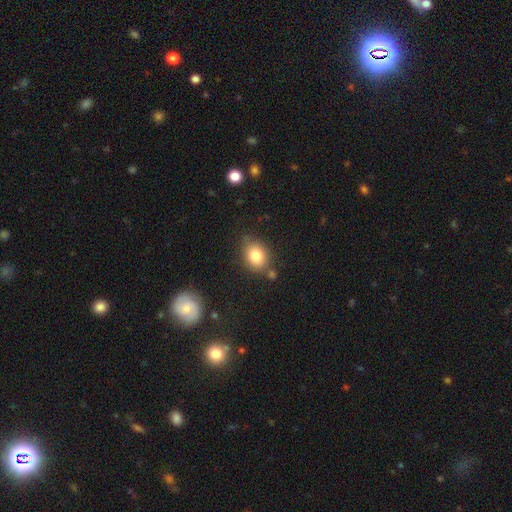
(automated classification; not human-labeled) Smooth or featured? smooth (81%)
How rounded? round (50%)
Merging? none (72%)